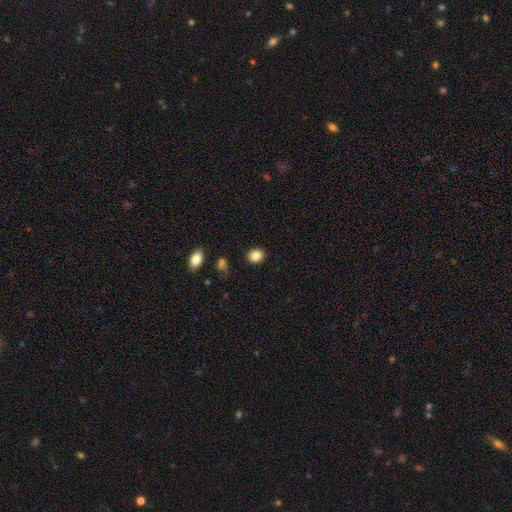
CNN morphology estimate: The model was most divided on "how rounded": round: 64%, in between: 36%, cigar-shaped: 1%. More confident: merging — none (89%); smooth or featured — smooth (85%).